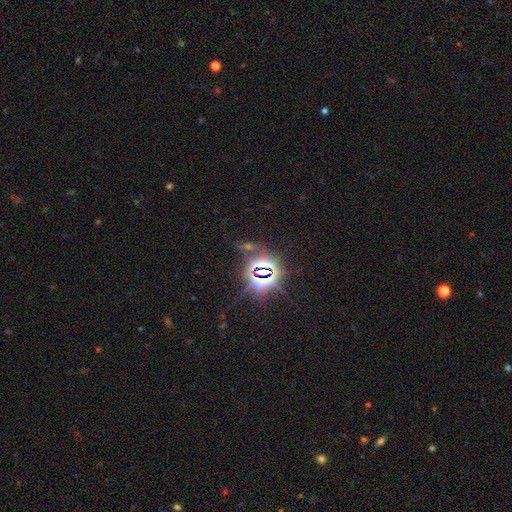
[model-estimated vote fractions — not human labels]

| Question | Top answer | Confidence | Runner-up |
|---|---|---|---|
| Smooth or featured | star or artifact | 83% | smooth (10%) |